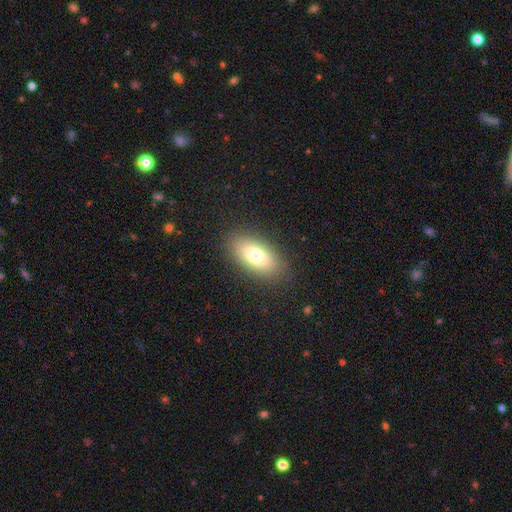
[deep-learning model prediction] This appears to be a smooth galaxy with no disk features (76%) that is in between round and cigar-shaped (90%). Merging: none (87%).